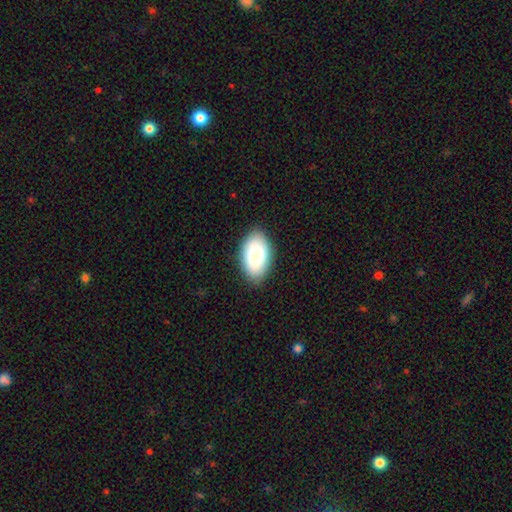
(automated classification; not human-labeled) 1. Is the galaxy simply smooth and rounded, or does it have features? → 83% smooth, 11% featured or disk, 6% star or artifact.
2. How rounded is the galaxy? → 94% in between, 4% round, 1% cigar-shaped.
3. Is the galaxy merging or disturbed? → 85% none, 11% minor disturbance, 2% major disturbance, 1% merger.